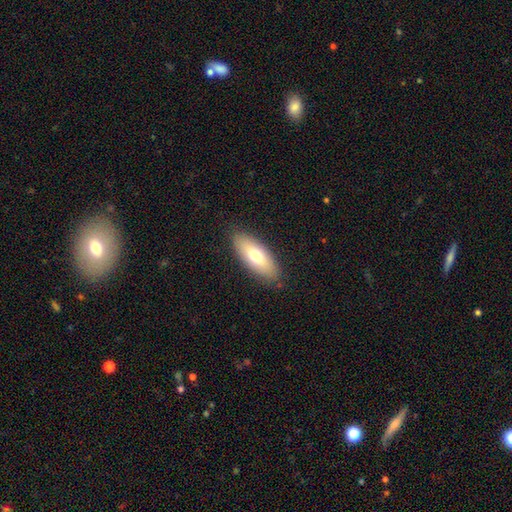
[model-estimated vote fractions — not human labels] A smooth galaxy with no disk features (69%) that is in between round and cigar-shaped (74%). Merging: none (86%).